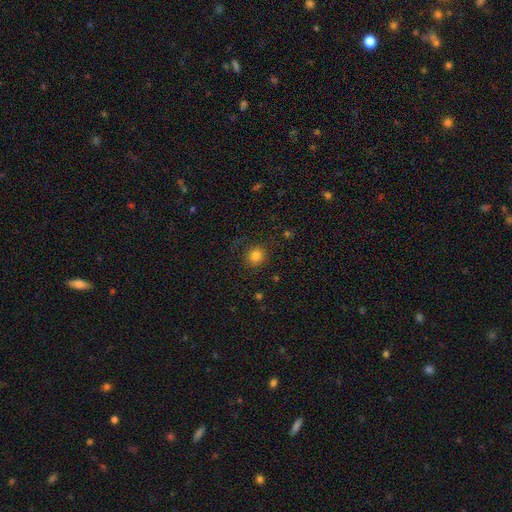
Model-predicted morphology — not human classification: The model was most divided on "smooth or featured": smooth: 82%, star or artifact: 13%, featured or disk: 5%. More confident: how rounded — round (85%); merging — none (81%).